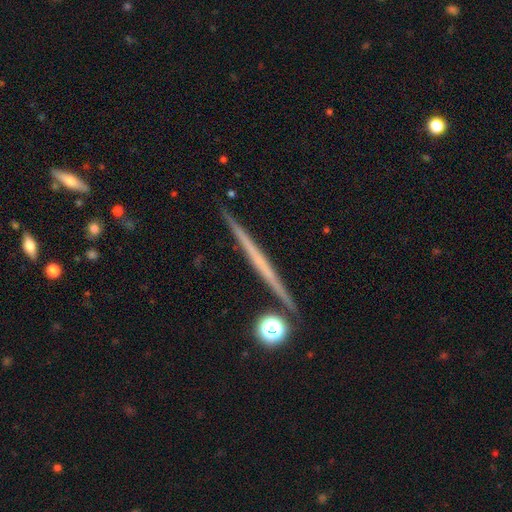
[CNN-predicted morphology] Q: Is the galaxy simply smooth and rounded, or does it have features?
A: featured or disk — 62%.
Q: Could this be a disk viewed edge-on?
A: yes — 98%.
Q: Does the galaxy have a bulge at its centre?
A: none — 87%.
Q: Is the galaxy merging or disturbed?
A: none — 91%.